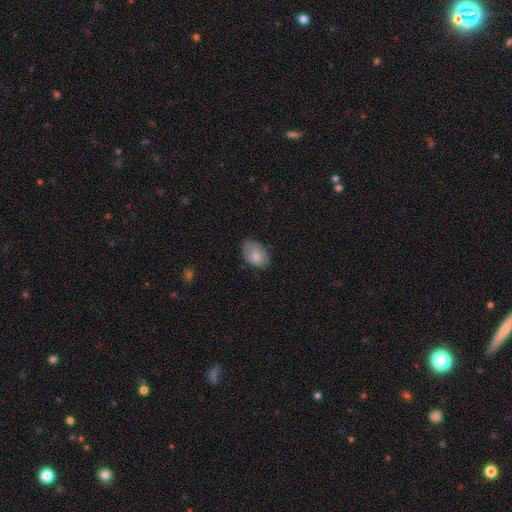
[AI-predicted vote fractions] A smooth galaxy with no disk features (83%) that is in between round and cigar-shaped (86%). Merging: none (66%).